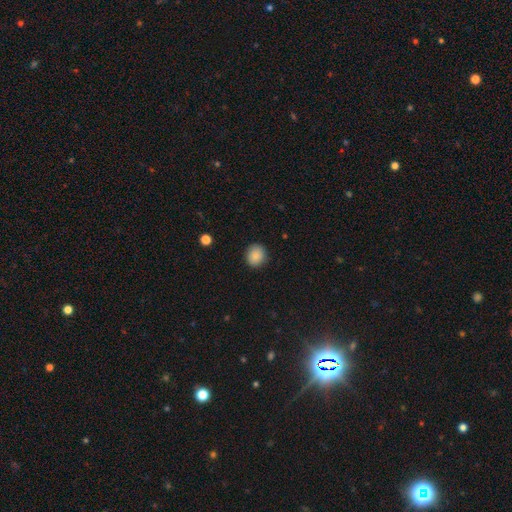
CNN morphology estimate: Smooth or featured: smooth — 87% (star or artifact — 8%)
How rounded: round — 78% (in between — 21%)
Merging: none — 88% (minor disturbance — 9%)